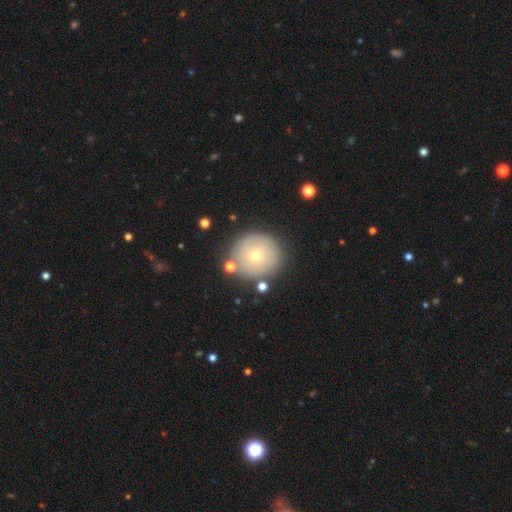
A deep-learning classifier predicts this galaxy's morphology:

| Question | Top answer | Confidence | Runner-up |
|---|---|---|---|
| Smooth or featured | smooth | 49% | featured or disk (41%) |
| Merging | none | 82% | minor disturbance (11%) |